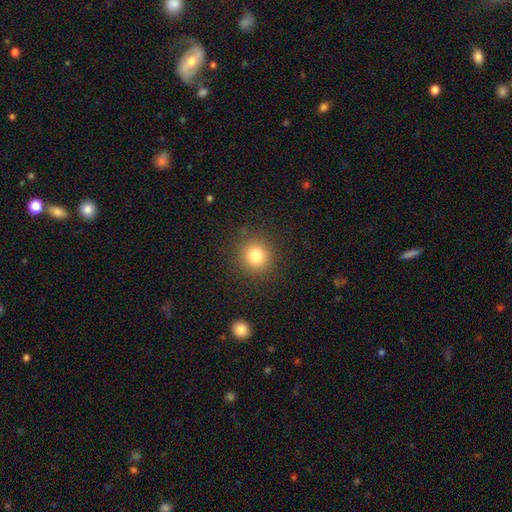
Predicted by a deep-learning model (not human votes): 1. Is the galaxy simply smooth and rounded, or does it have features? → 80% smooth, 13% star or artifact, 7% featured or disk.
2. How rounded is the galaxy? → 90% round, 9% in between, 1% cigar-shaped.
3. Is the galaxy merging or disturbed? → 89% none, 7% minor disturbance, 3% major disturbance, 1% merger.